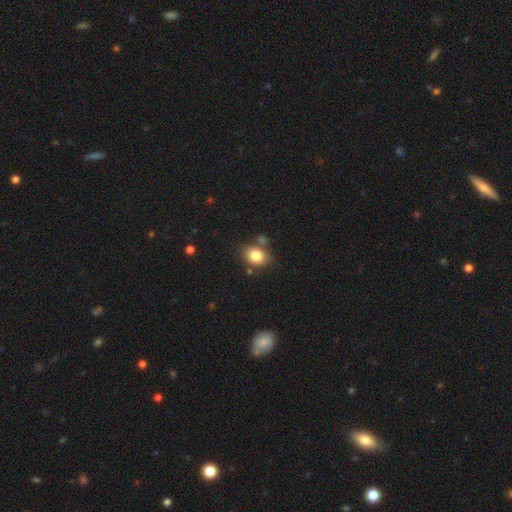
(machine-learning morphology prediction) smooth_or_featured: smooth (p=0.81) [alt: star or artifact p=0.10]
how_rounded: in between (p=0.52) [alt: round p=0.47]
merging: none (p=0.72) [alt: minor disturbance p=0.13]